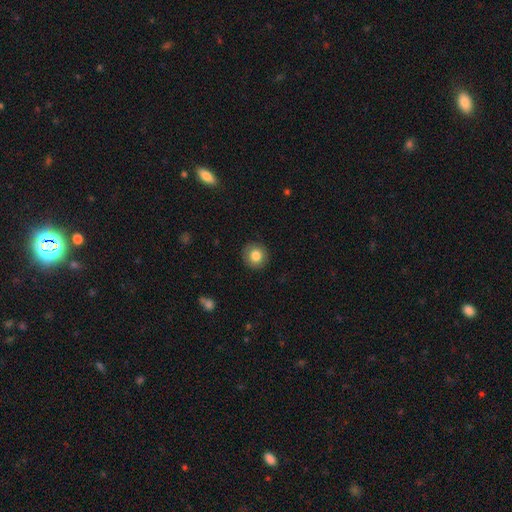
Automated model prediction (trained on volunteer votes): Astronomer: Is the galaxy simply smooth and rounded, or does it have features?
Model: smooth — 83%.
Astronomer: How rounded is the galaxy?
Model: round — 92%.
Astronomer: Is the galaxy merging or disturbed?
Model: none — 90%.